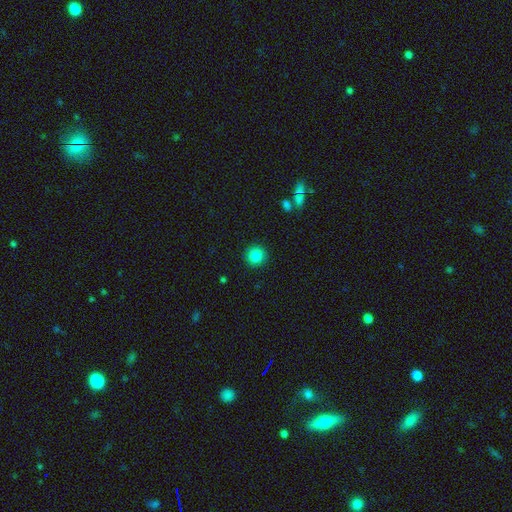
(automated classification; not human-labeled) The model was most divided on "smooth or featured": smooth: 85%, star or artifact: 10%, featured or disk: 5%. More confident: how rounded — round (94%); merging — none (91%).